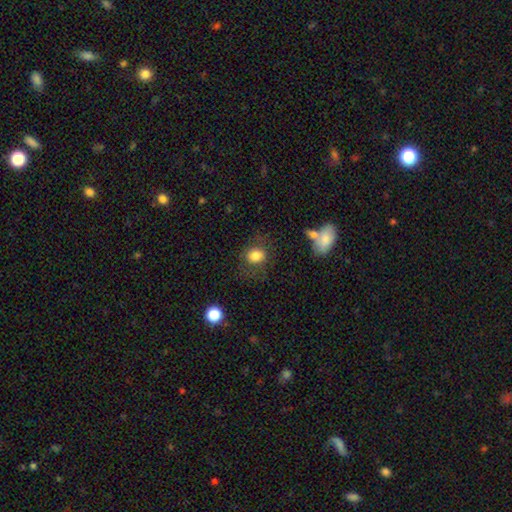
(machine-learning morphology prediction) smooth-or-featured: smooth: 81% | featured or disk: 10% | star or artifact: 9%
  how-rounded: round: 61% | in between: 38% | cigar-shaped: 1%
  merging: none: 68% | minor disturbance: 17% | major disturbance: 11% | merger: 3%